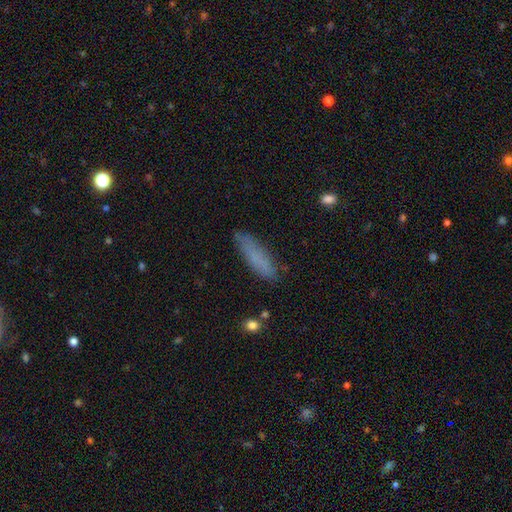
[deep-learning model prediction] smooth-or-featured: smooth: 77% | featured or disk: 13% | star or artifact: 10%
  how-rounded: cigar-shaped: 72% | in between: 26% | round: 2%
  merging: none: 82% | minor disturbance: 13% | major disturbance: 3% | merger: 2%